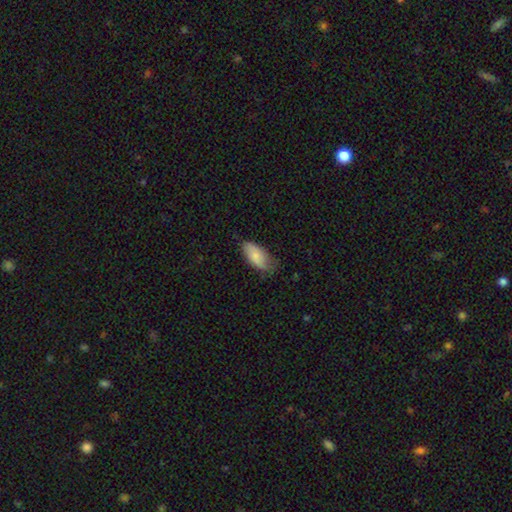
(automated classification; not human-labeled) Smooth or featured? smooth (79%)
How rounded? in between (91%)
Merging? none (64%)